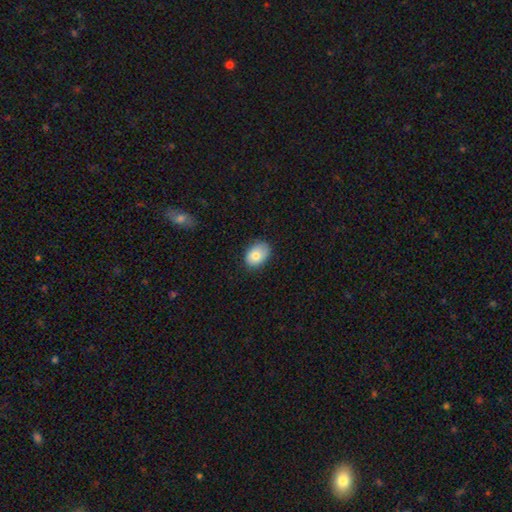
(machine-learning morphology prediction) A smooth galaxy with no disk features (79%) that is in between round and cigar-shaped (79%). Merging: none (77%).